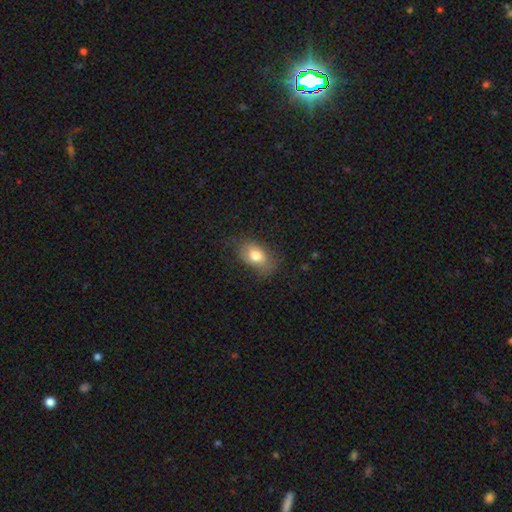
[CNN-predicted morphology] smooth-or-featured: smooth: 74% | featured or disk: 17% | star or artifact: 8%
  how-rounded: in between: 86% | round: 12% | cigar-shaped: 2%
  merging: none: 62% | minor disturbance: 26% | major disturbance: 11% | merger: 1%